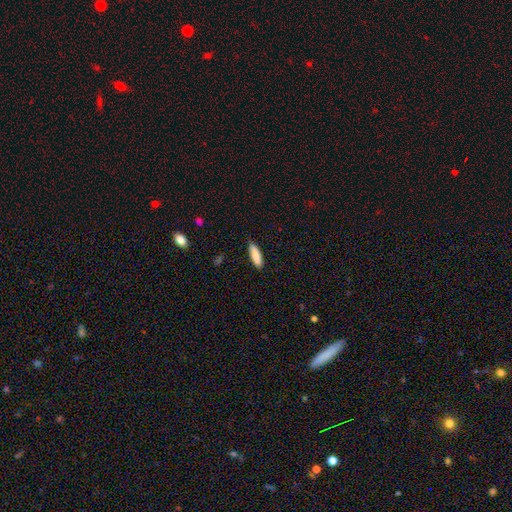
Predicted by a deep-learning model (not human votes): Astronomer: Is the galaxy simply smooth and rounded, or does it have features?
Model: smooth — 83%.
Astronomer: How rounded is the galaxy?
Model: cigar-shaped — 57% (runner-up: in between, 42%).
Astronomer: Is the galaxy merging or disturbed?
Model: none — 84%.